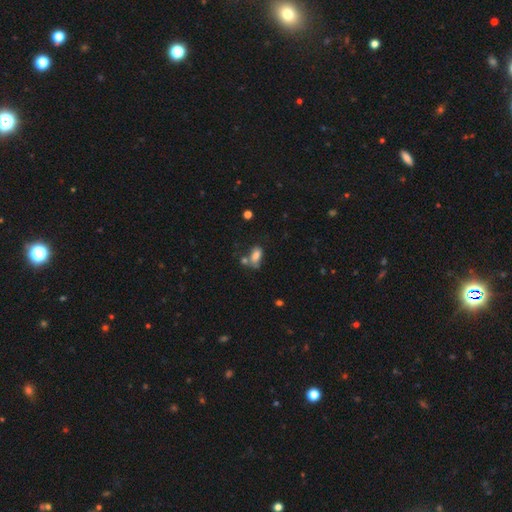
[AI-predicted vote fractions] Smooth or featured?
  - smooth: 78% *
  - featured or disk: 12%
  - star or artifact: 11%
How rounded?
  - in between: 88% *
  - round: 7%
  - cigar-shaped: 4%
Merging?
  - none: 43% *
  - merger: 27%
  - minor disturbance: 20%
  - major disturbance: 10%